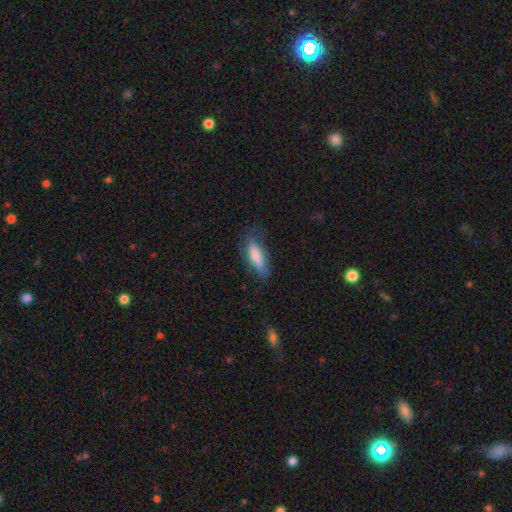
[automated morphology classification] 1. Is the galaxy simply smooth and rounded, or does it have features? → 77% smooth, 16% featured or disk, 7% star or artifact.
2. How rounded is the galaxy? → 51% cigar-shaped, 47% in between, 2% round.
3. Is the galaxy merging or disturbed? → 66% none, 23% minor disturbance, 9% major disturbance, 2% merger.